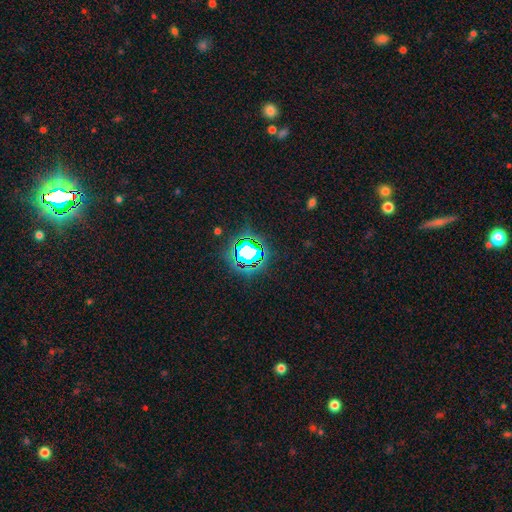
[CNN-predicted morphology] The model was most divided on "smooth or featured": star or artifact: 81%, smooth: 11%, featured or disk: 7%.